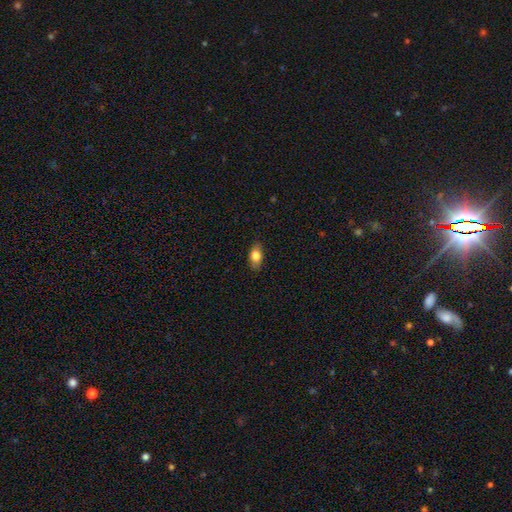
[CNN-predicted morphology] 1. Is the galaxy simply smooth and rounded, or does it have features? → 81% smooth, 11% featured or disk, 8% star or artifact.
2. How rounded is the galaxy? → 85% in between, 11% round, 5% cigar-shaped.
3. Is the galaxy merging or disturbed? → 82% none, 14% minor disturbance, 3% major disturbance, 1% merger.